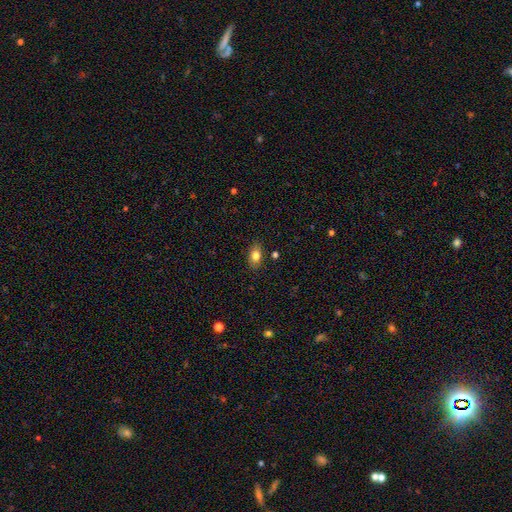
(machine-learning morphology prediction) type=smooth (81%); roundness=in between (85%); merging=none (85%).